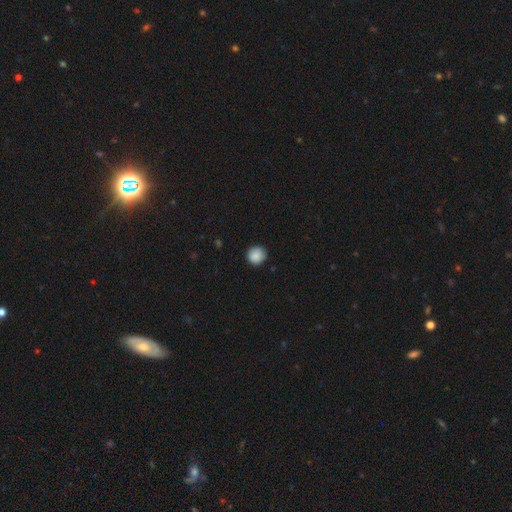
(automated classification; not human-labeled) Smooth or featured? Predicted: smooth (p=0.88). How rounded? Predicted: round (p=0.92). Merging? Predicted: none (p=0.85).